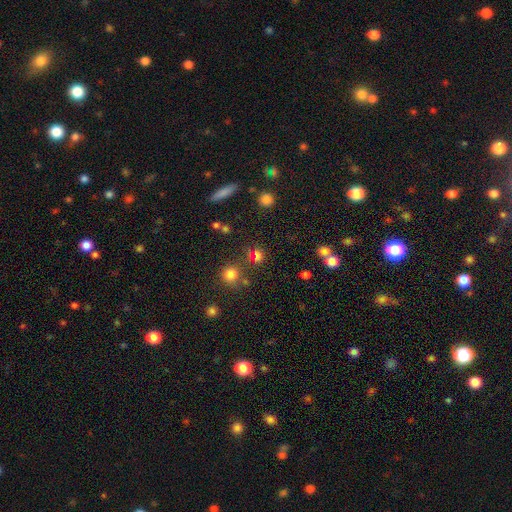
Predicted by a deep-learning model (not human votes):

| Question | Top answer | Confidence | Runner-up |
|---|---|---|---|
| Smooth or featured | smooth | 64% | star or artifact (27%) |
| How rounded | round | 72% | in between (26%) |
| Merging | none | 69% | merger (15%) |